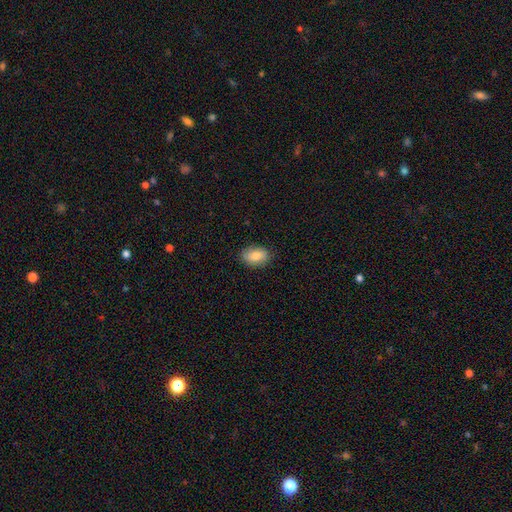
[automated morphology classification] Overall: smooth (83%). How rounded: in between (87%). Merging: none (87%).